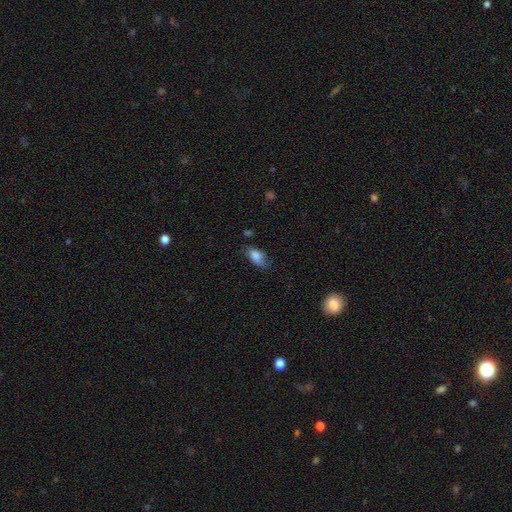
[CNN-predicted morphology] Q: Smooth or featured?
A: smooth (82%); runner-up: featured or disk (10%)
Q: How rounded?
A: in between (88%); runner-up: cigar-shaped (8%)
Q: Merging?
A: none (62%); runner-up: minor disturbance (28%)